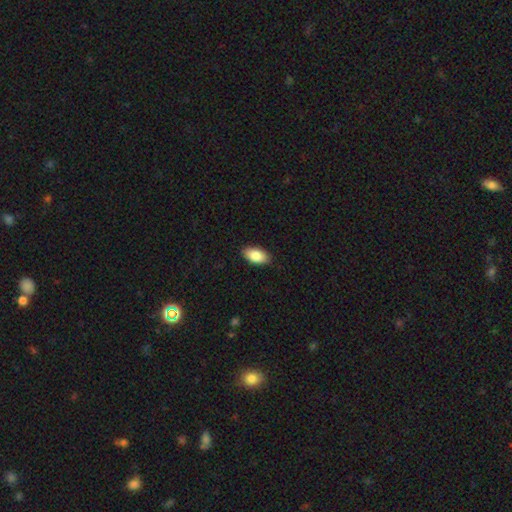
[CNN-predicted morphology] Smooth or featured? smooth (87%)
How rounded? in between (94%)
Merging? none (88%)